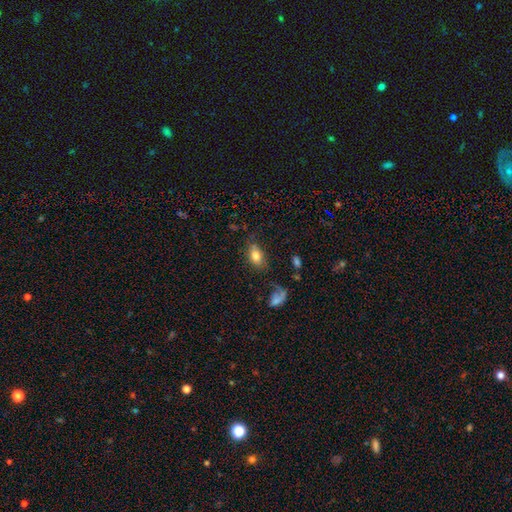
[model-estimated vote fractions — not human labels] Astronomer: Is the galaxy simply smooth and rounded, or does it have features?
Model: smooth — 78%.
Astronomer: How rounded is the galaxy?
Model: in between — 88%.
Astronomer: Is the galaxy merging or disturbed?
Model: none — 61%.